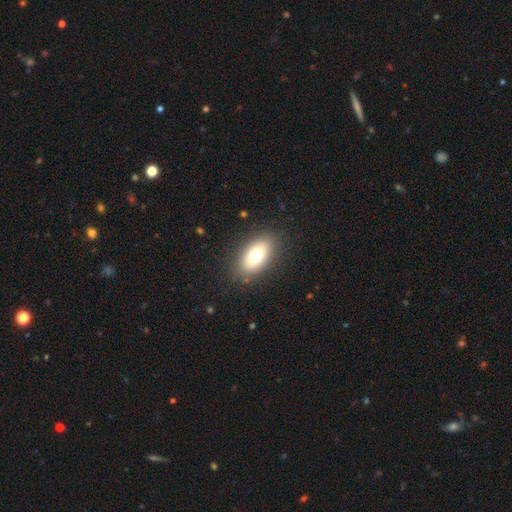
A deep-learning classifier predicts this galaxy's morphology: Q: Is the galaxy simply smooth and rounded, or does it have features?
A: smooth — 75%.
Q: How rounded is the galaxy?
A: in between — 90%.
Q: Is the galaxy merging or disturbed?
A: none — 85%.